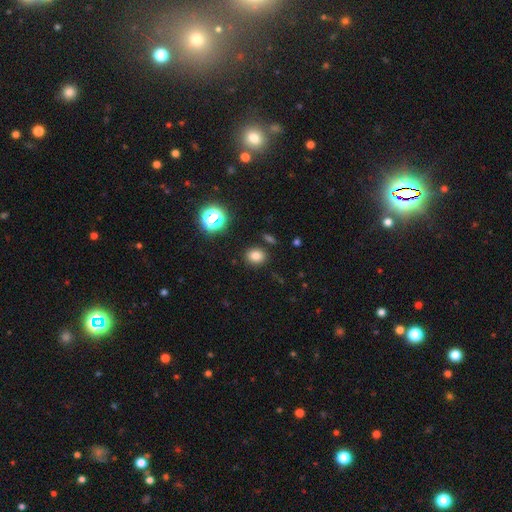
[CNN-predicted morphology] type=smooth (79%); roundness=round (55%); merging=none (85%).